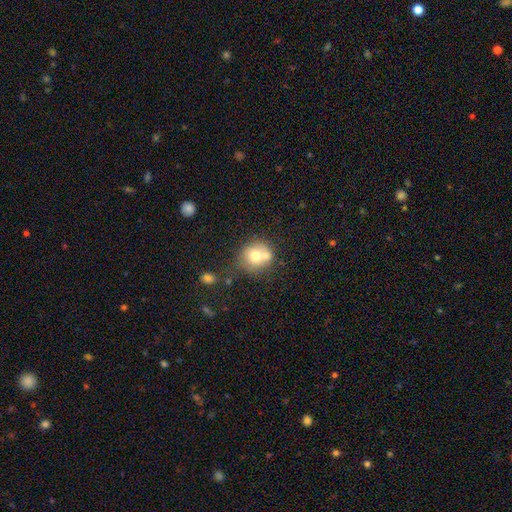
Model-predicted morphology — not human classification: Smooth or featured? Predicted: smooth (p=0.68). How rounded? Predicted: round (p=0.83). Merging? Predicted: merger (p=0.43).